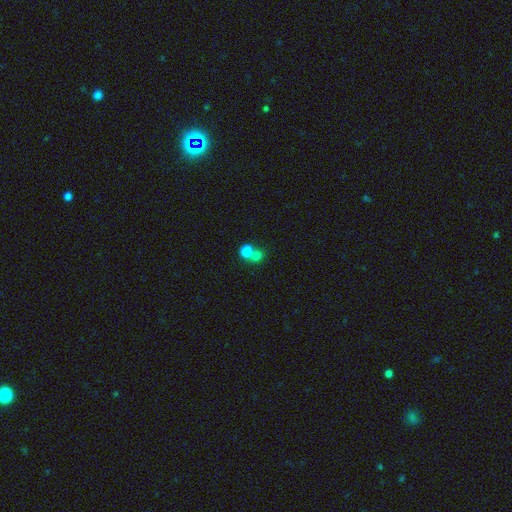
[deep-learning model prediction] This is likely a smooth galaxy (78%). How rounded: likely round (75%). Merging: possibly merger (55%).